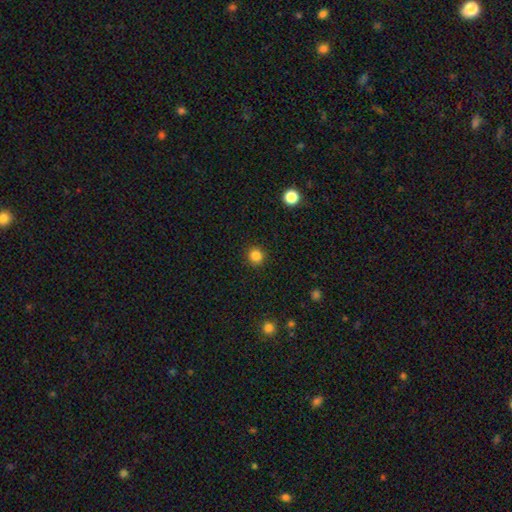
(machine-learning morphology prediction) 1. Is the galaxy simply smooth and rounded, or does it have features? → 84% smooth, 12% star or artifact, 4% featured or disk.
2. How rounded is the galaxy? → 93% round, 6% in between, 1% cigar-shaped.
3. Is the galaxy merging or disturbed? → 92% none, 5% minor disturbance, 2% major disturbance, 1% merger.